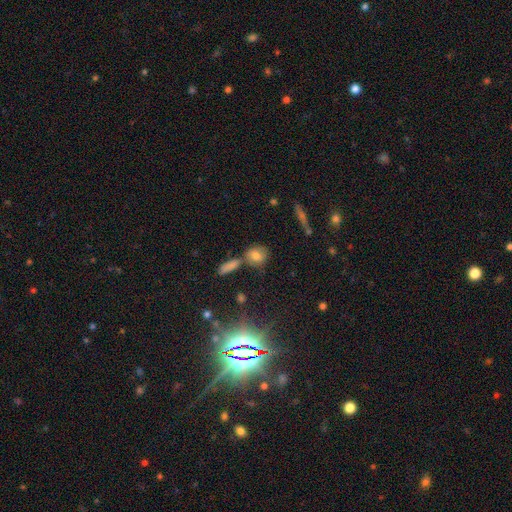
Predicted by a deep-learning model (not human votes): A smooth galaxy with no disk features (74%) that is round (61%). Merging: none (62%).